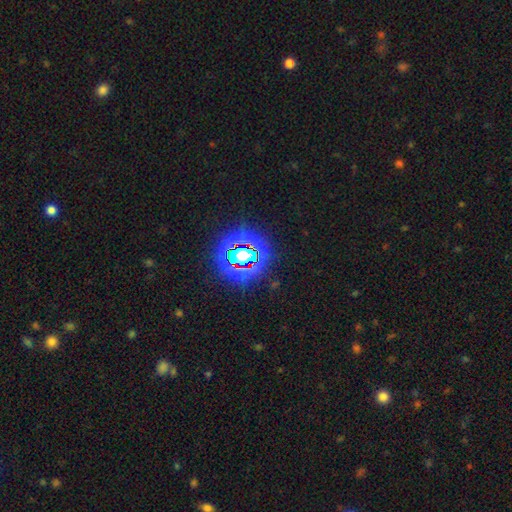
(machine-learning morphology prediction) Smooth or featured? Predicted: star or artifact (p=0.80).